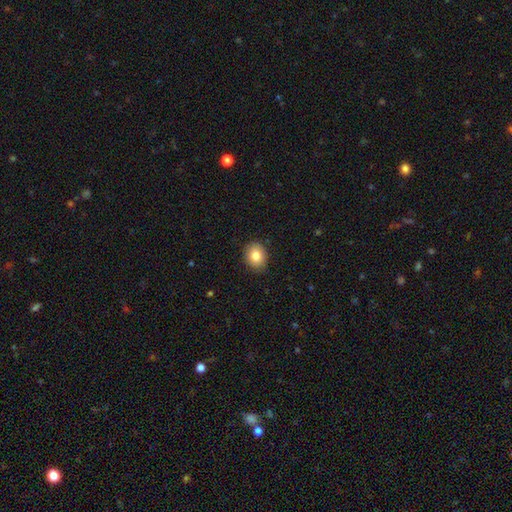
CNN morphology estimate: The model was most divided on "how rounded": round: 51%, in between: 48%, cigar-shaped: 1%. More confident: merging — none (88%); smooth or featured — smooth (83%).